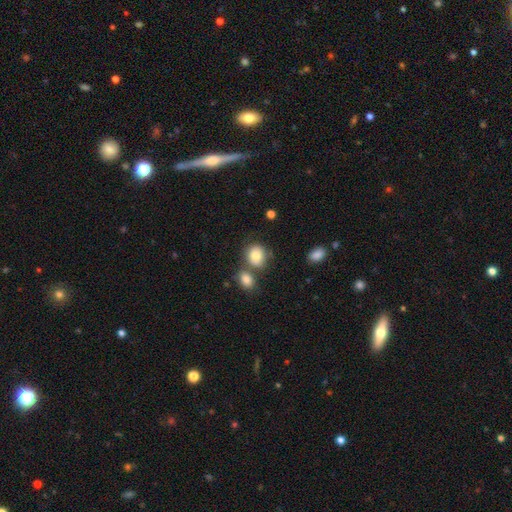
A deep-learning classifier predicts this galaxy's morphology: smooth 81%, featured or disk 11%, star or artifact 9%. Down the decision tree: how rounded — round (68%); merging — none (55%).